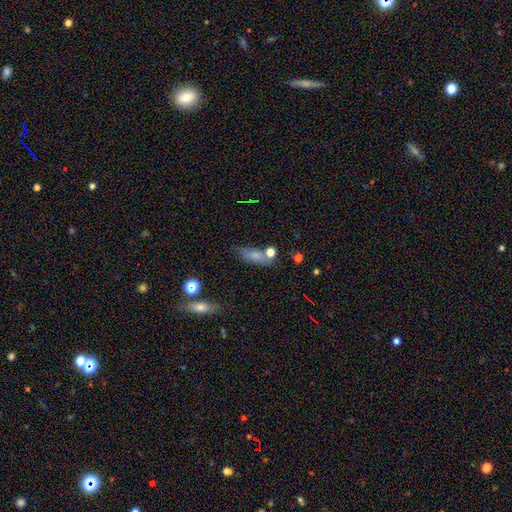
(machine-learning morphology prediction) Q: Smooth or featured?
A: smooth (68%); runner-up: featured or disk (17%)
Q: How rounded?
A: in between (65%); runner-up: cigar-shaped (27%)
Q: Merging?
A: none (52%); runner-up: minor disturbance (24%)